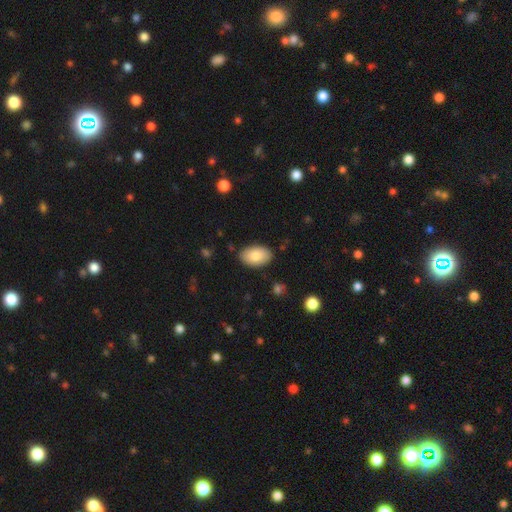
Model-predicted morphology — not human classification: Smooth or featured? Predicted: smooth (p=0.83). How rounded? Predicted: in between (p=0.93). Merging? Predicted: none (p=0.86).